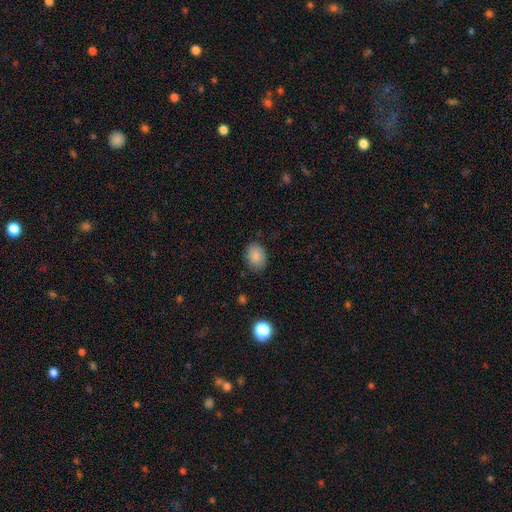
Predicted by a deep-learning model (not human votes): Smooth or featured: smooth — 86% (star or artifact — 9%)
How rounded: in between — 73% (round — 26%)
Merging: none — 83% (minor disturbance — 13%)